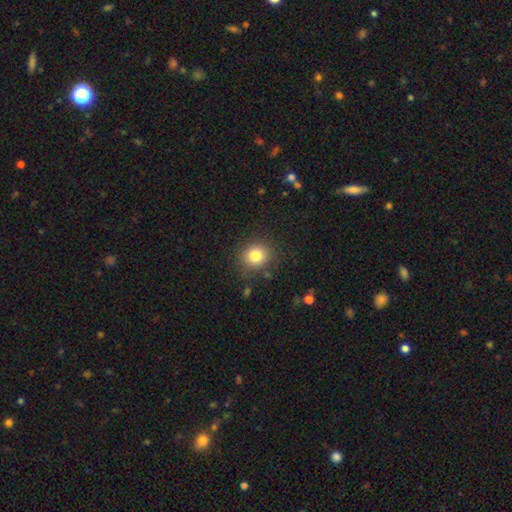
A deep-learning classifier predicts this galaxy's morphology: smooth_or_featured: smooth (p=0.81) [alt: star or artifact p=0.12]
how_rounded: round (p=0.84) [alt: in between p=0.15]
merging: none (p=0.86) [alt: minor disturbance p=0.09]